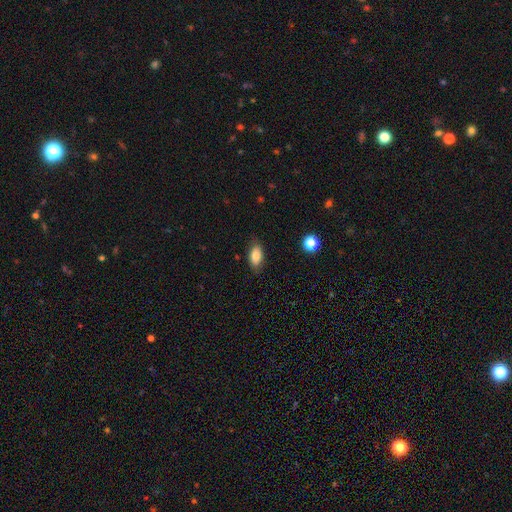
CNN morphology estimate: smooth 82%, featured or disk 10%, star or artifact 8%. Down the decision tree: how rounded — in between (89%); merging — none (82%).